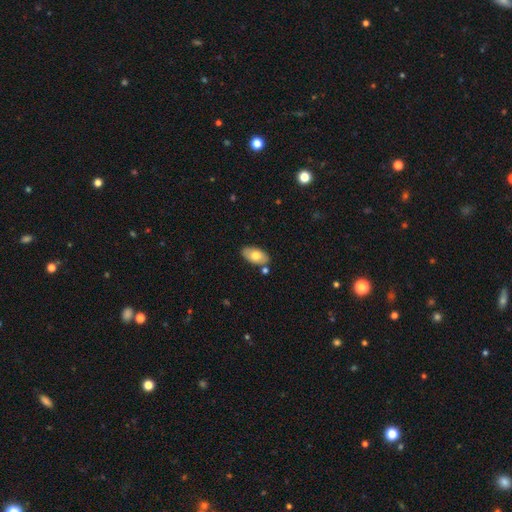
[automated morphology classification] smooth-or-featured: smooth: 68% | featured or disk: 25% | star or artifact: 6%
  how-rounded: in between: 94% | round: 4% | cigar-shaped: 2%
  merging: none: 79% | minor disturbance: 12% | merger: 7% | major disturbance: 2%